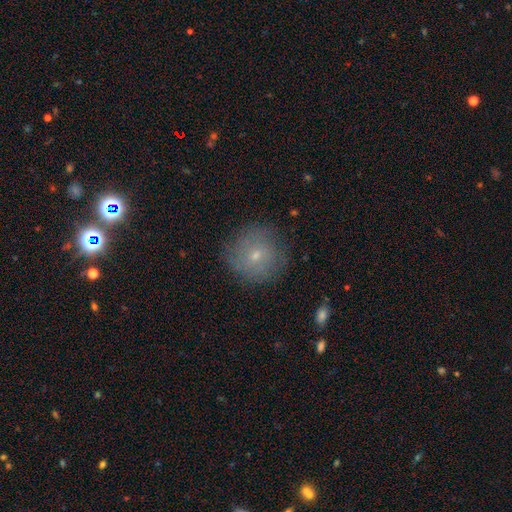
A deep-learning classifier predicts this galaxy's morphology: Q: Smooth or featured?
A: smooth (60%); runner-up: featured or disk (28%)
Q: How rounded?
A: round (92%); runner-up: in between (7%)
Q: Merging?
A: none (81%); runner-up: minor disturbance (13%)